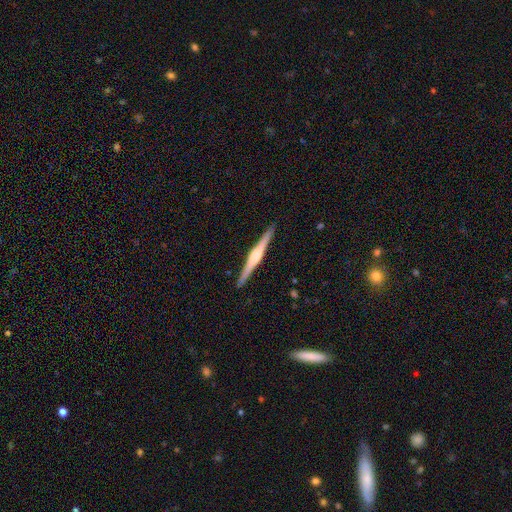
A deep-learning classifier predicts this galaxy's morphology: Q: Smooth or featured?
A: featured or disk (78%); runner-up: smooth (17%)
Q: Edge-on disk?
A: yes (99%); runner-up: no (1%)
Q: Edge-on bulge?
A: rounded (73%); runner-up: boxy (19%)
Q: Merging?
A: none (92%); runner-up: minor disturbance (6%)